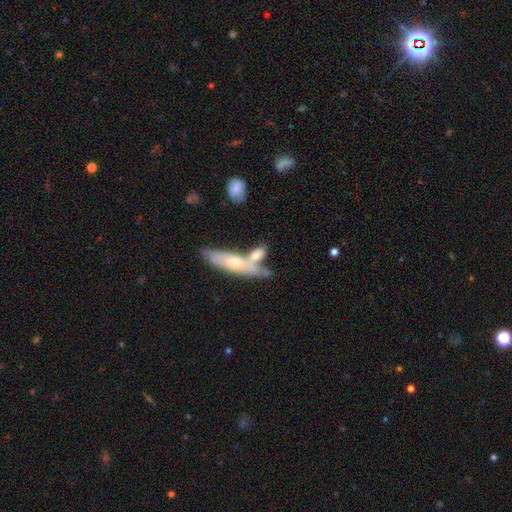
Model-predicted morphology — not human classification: smooth 57%, featured or disk 37%, star or artifact 7%. Down the decision tree: how rounded — in between (51%); merging — merger (50%).